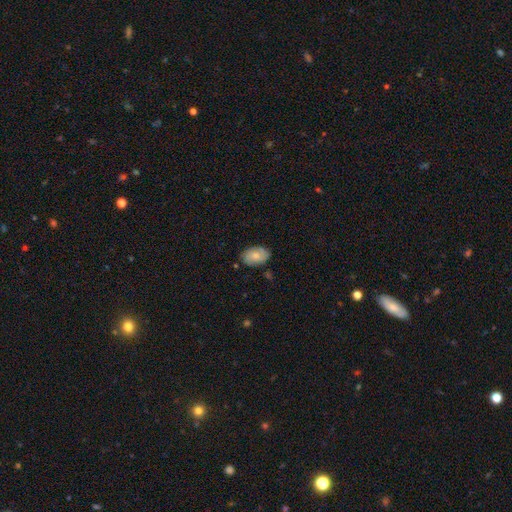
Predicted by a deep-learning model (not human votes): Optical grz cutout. It shows a smooth galaxy with no disk features (67%) that is in between round and cigar-shaped (89%). Merging: none (79%).